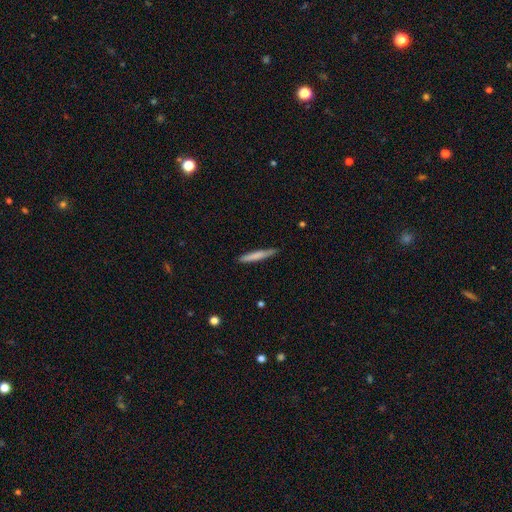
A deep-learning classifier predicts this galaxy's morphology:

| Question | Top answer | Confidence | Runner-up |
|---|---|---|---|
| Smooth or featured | smooth | 74% | featured or disk (21%) |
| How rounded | cigar-shaped | 95% | in between (4%) |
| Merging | none | 84% | minor disturbance (13%) |